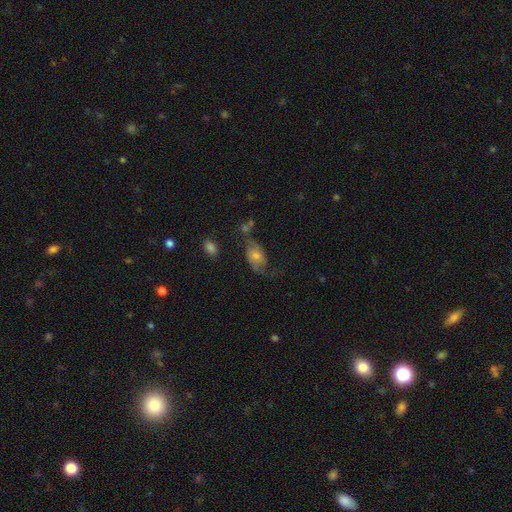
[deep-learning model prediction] Morphology: type=featured or disk (51%); edge-on=no (94%); merging=none (39%).